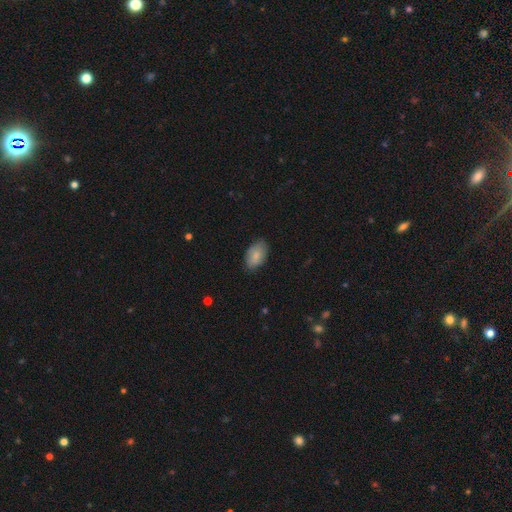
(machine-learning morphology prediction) A smooth galaxy with no disk features (82%) that is in between round and cigar-shaped (93%). Merging: none (77%).